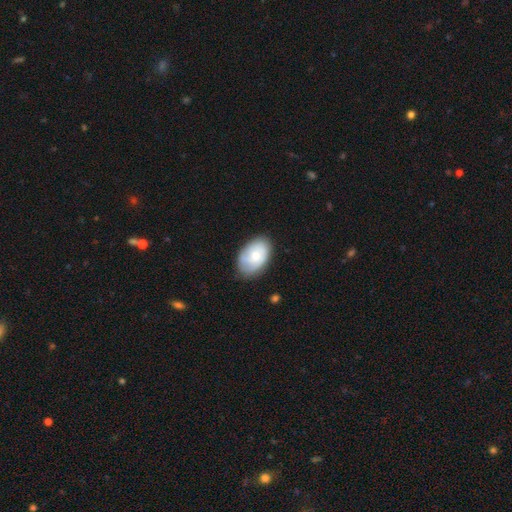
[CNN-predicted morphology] This is possibly a smooth galaxy (59%). How rounded: clearly in between (88%). Merging: likely none (73%).